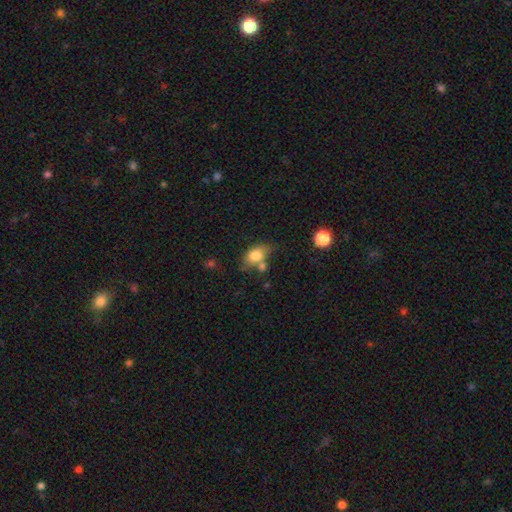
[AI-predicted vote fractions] Q: Smooth or featured?
A: smooth (78%); runner-up: featured or disk (14%)
Q: How rounded?
A: in between (80%); runner-up: round (17%)
Q: Merging?
A: none (51%); runner-up: merger (22%)